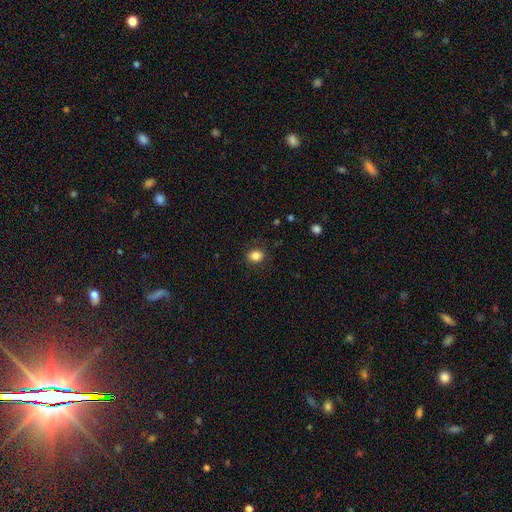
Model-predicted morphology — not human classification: Smooth or featured: smooth — 84% (star or artifact — 10%)
How rounded: round — 52% (in between — 47%)
Merging: none — 84% (minor disturbance — 12%)